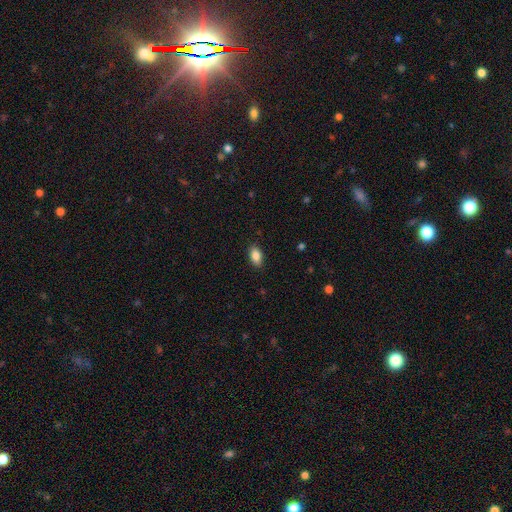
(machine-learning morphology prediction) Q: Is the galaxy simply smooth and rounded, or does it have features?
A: smooth — 86%.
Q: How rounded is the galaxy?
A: in between — 91%.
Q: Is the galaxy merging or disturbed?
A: none — 88%.